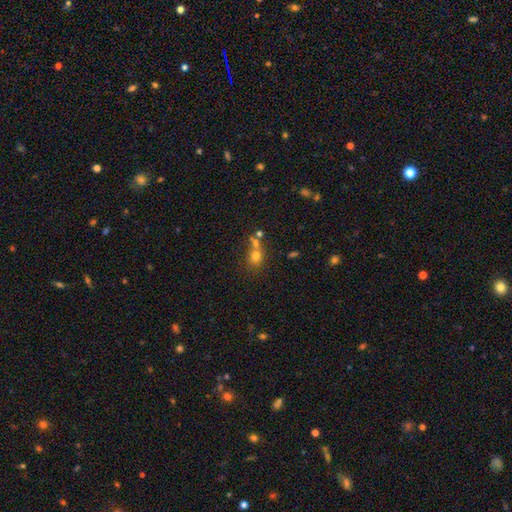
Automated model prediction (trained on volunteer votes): smooth-or-featured: smooth: 69% | star or artifact: 17% | featured or disk: 14%
  how-rounded: round: 66% | in between: 32% | cigar-shaped: 1%
  merging: none: 44% | merger: 37% | minor disturbance: 12% | major disturbance: 7%